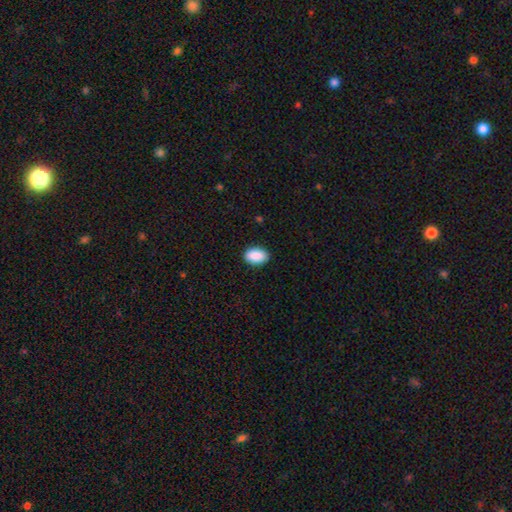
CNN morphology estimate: Smooth or featured? Predicted: smooth (p=0.91). How rounded? Predicted: in between (p=0.90). Merging? Predicted: none (p=0.89).